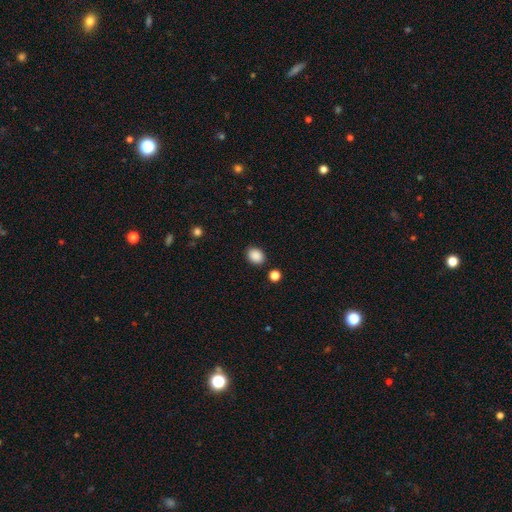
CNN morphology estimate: The model was most divided on "how rounded": in between: 56%, round: 44%, cigar-shaped: 1%. More confident: smooth or featured — smooth (88%); merging — none (85%).